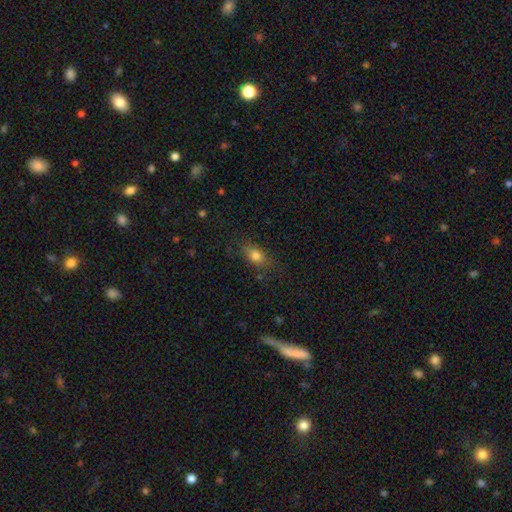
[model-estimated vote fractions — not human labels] smooth-or-featured: smooth: 79% | star or artifact: 11% | featured or disk: 10%
  how-rounded: in between: 78% | round: 17% | cigar-shaped: 6%
  merging: none: 74% | minor disturbance: 18% | major disturbance: 7% | merger: 2%